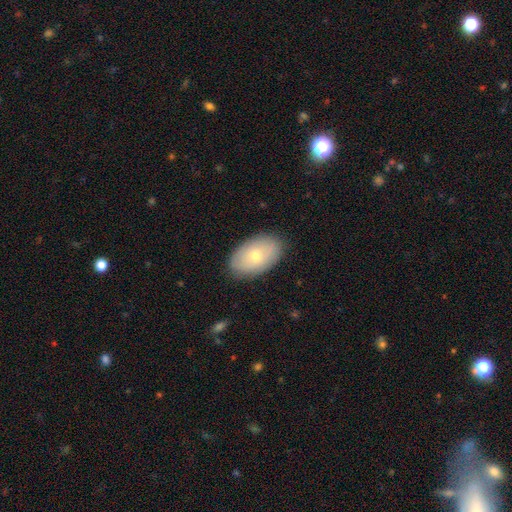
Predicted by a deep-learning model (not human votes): Morphology: type=smooth (67%); roundness=in between (92%); merging=none (86%).